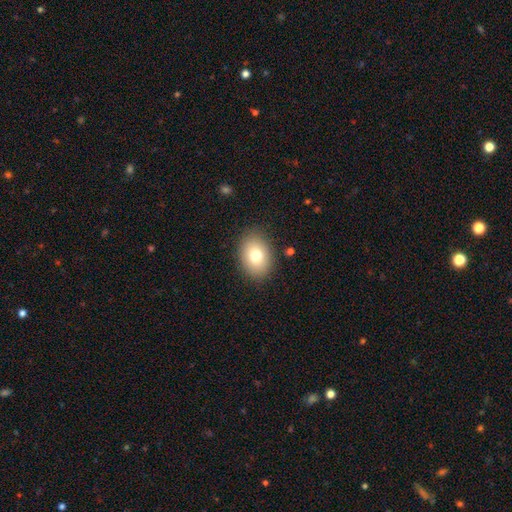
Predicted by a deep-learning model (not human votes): This is likely a smooth galaxy (77%). How rounded: likely in between (73%). Merging: clearly none (86%).